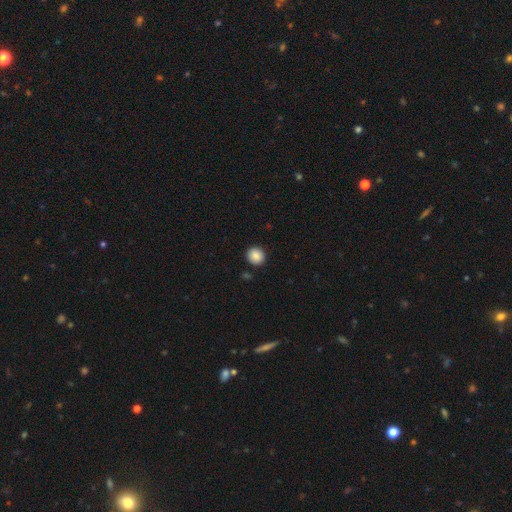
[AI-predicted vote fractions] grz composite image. It shows a smooth galaxy with no disk features (88%) that is round (91%). Merging: none (91%).